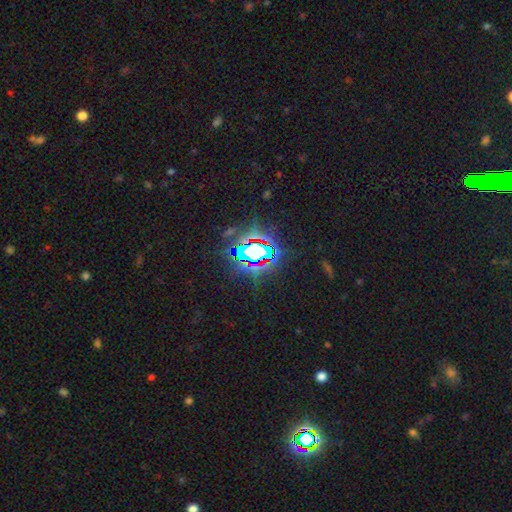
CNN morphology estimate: smooth-or-featured: star or artifact: 78% | featured or disk: 11% | smooth: 11%